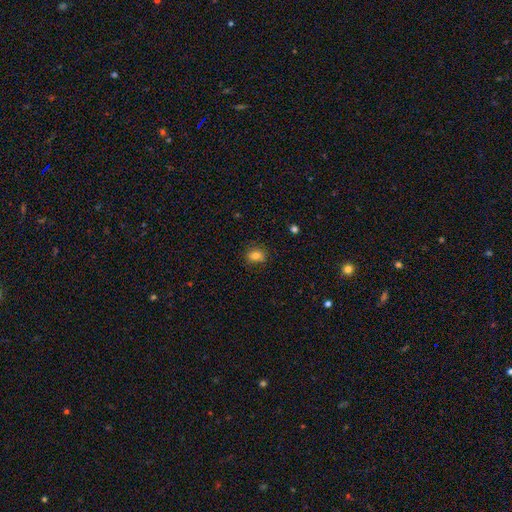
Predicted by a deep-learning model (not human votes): smooth_or_featured: smooth (p=0.80) [alt: star or artifact p=0.11]
how_rounded: in between (p=0.50) [alt: round p=0.49]
merging: none (p=0.82) [alt: minor disturbance p=0.13]